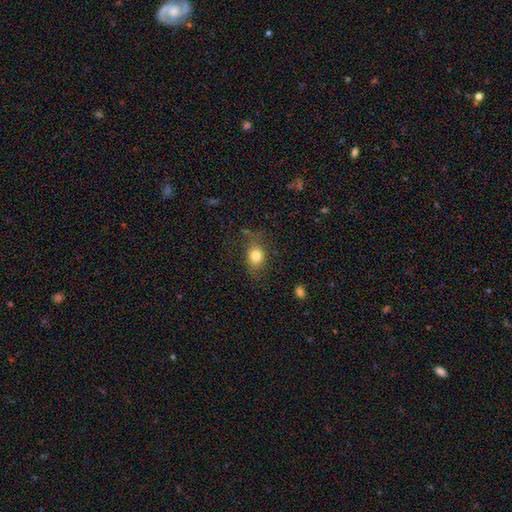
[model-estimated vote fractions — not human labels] A smooth galaxy with no disk features (80%) that is in between round and cigar-shaped (52%).

Vote fractions:
- Smooth or featured? smooth: 80% / featured or disk: 10% / star or artifact: 10%
- How rounded? in between: 52% / round: 46% / cigar-shaped: 2%
- Merging? none: 71% / minor disturbance: 19% / major disturbance: 8% / merger: 2%